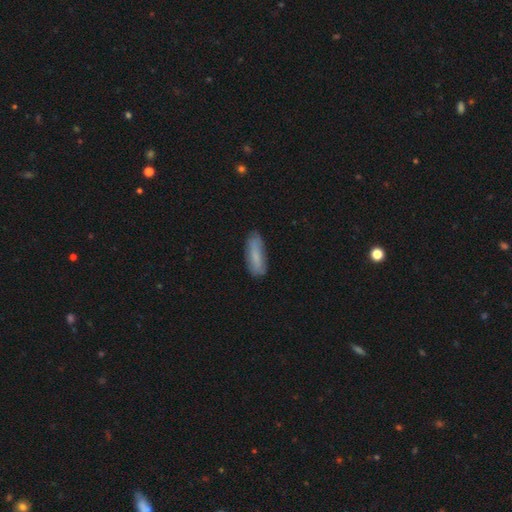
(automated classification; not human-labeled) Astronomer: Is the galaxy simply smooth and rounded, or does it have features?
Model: smooth — 77%.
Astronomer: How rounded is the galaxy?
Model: in between — 51% (runner-up: cigar-shaped, 47%).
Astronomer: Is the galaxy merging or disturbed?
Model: none — 78%.